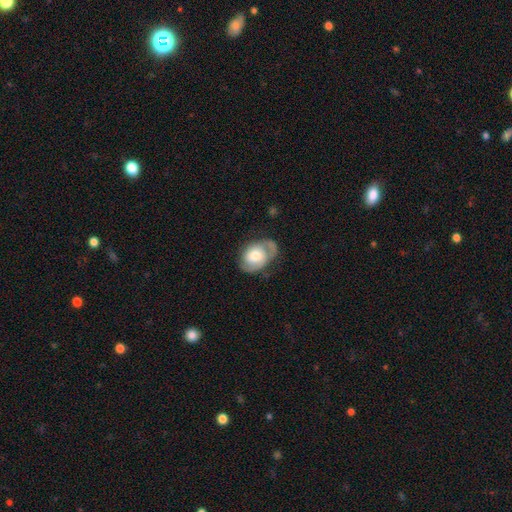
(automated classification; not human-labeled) A featured or disk galaxy (59%) with no bar (73%), spiral arms (78%) and a moderate central bulge (56%). Merging: none (55%).